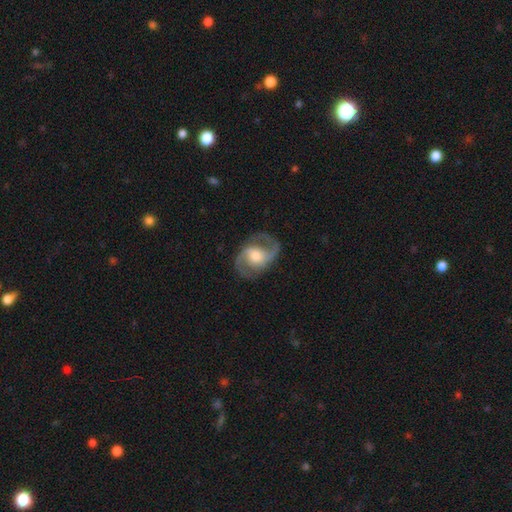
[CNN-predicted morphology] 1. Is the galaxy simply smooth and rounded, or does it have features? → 88% featured or disk, 8% smooth, 5% star or artifact.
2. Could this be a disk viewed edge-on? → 97% no, 3% yes.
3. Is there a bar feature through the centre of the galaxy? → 50% no, 38% weak, 12% strong.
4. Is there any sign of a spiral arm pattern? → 96% yes, 4% no.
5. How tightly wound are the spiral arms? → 58% medium, 24% loose, 18% tight.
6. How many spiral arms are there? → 92% 2, 2% can't tell, 2% 3, 2% 1, 1% 4, 1% more than 4.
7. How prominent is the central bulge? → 62% moderate, 22% small, 13% large, 2% none, 1% dominant.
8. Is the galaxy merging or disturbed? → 80% none, 12% minor disturbance, 6% major disturbance, 1% merger.